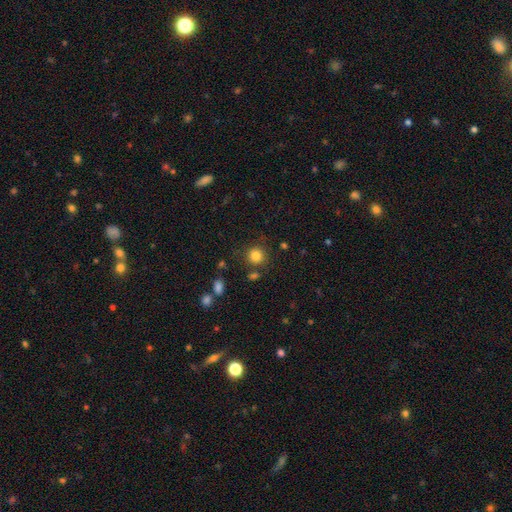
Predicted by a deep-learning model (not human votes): Overall: smooth (83%). How rounded: round (91%). Merging: none (81%).